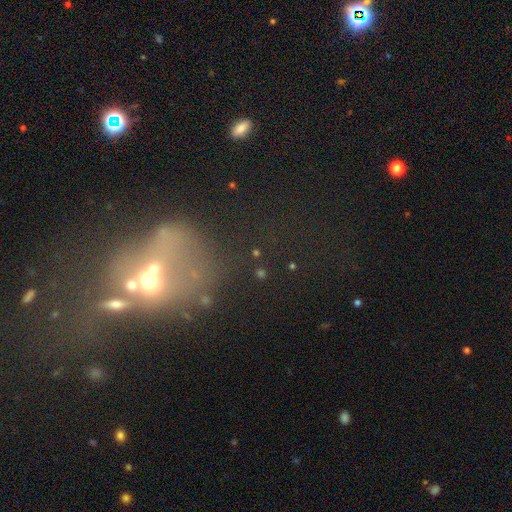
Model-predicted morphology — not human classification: Smooth or featured?
  - star or artifact: 36% *
  - featured or disk: 32%
  - smooth: 32%